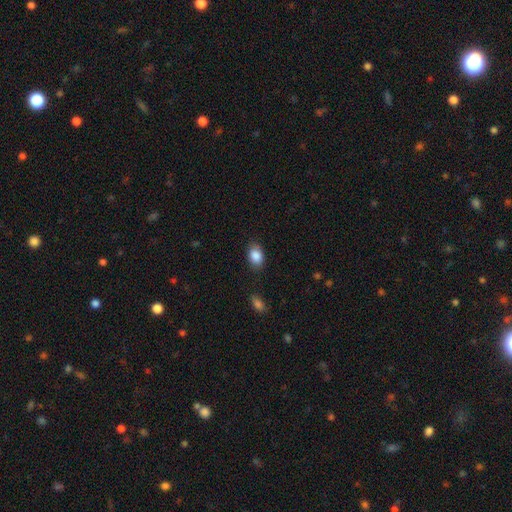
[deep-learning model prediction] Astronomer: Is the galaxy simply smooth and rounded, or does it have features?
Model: smooth — 88%.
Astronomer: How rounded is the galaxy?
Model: in between — 81%.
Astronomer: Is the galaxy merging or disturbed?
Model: none — 83%.